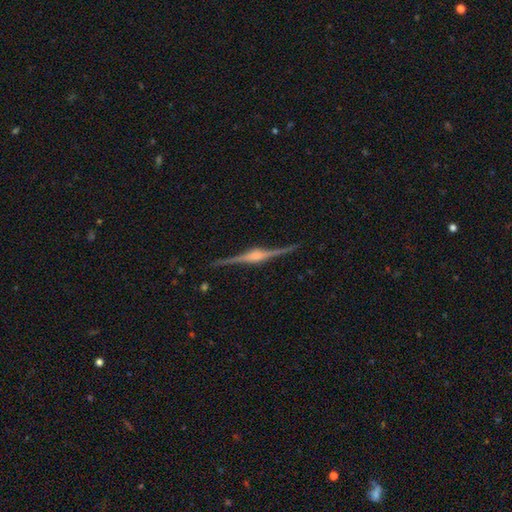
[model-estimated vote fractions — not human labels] A featured or disk galaxy (90%) viewed edge-on (98%) with a rounded central bulge (80%).

Vote fractions:
- Smooth or featured? featured or disk: 90% / star or artifact: 5% / smooth: 5%
- Edge-on disk? yes: 98% / no: 2%
- Edge-on bulge? rounded: 80% / boxy: 17% / none: 3%
- Merging? none: 90% / minor disturbance: 7% / major disturbance: 2% / merger: 1%